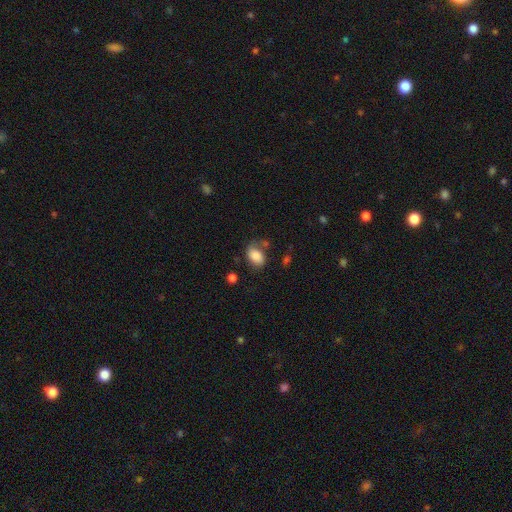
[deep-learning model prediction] smooth-or-featured: smooth: 81% | featured or disk: 11% | star or artifact: 8%
  how-rounded: in between: 83% | round: 16% | cigar-shaped: 1%
  merging: none: 57% | minor disturbance: 24% | major disturbance: 10% | merger: 9%